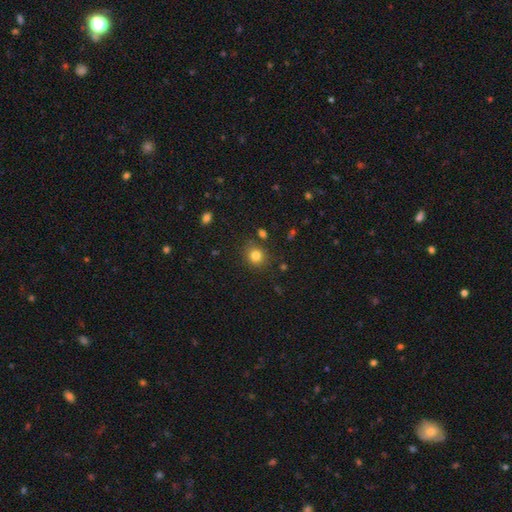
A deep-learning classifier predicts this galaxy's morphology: Overall: smooth (81%). How rounded: round (84%). Merging: none (84%).